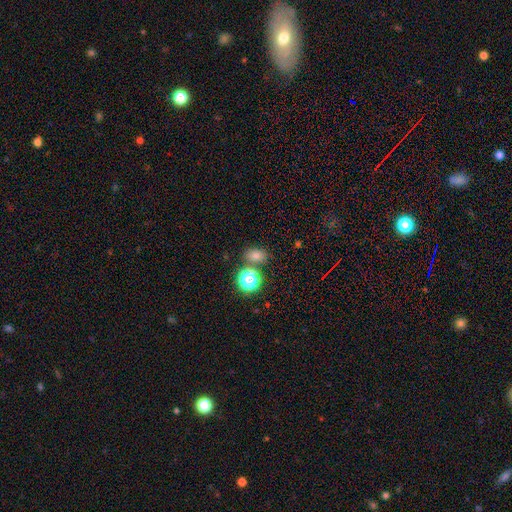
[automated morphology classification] smooth_or_featured: smooth (p=0.69) [alt: star or artifact p=0.24]
how_rounded: in between (p=0.52) [alt: round p=0.47]
merging: none (p=0.73) [alt: merger p=0.14]